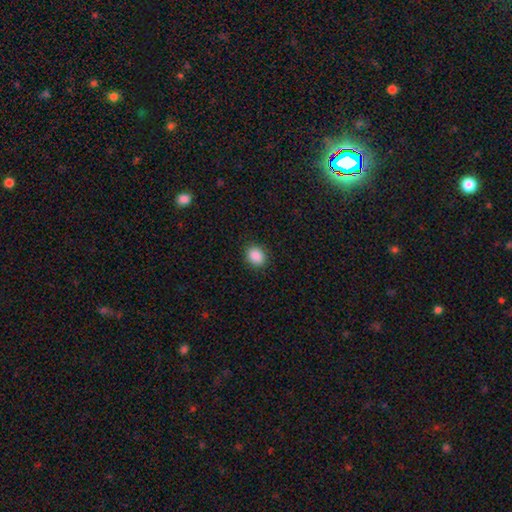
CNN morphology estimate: A smooth galaxy with no disk features (89%) that is round (57%).

Vote fractions:
- Smooth or featured? smooth: 89% / star or artifact: 8% / featured or disk: 3%
- How rounded? round: 57% / in between: 42% / cigar-shaped: 1%
- Merging? none: 89% / minor disturbance: 7% / major disturbance: 2% / merger: 1%